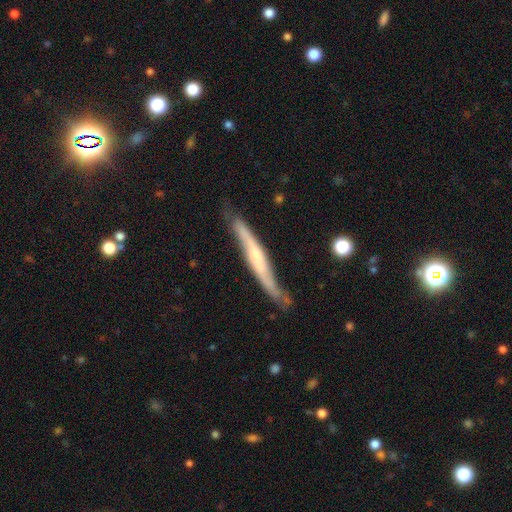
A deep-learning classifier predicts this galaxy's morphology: type=featured or disk (62%); edge-on=yes (80%); merging=none (66%).